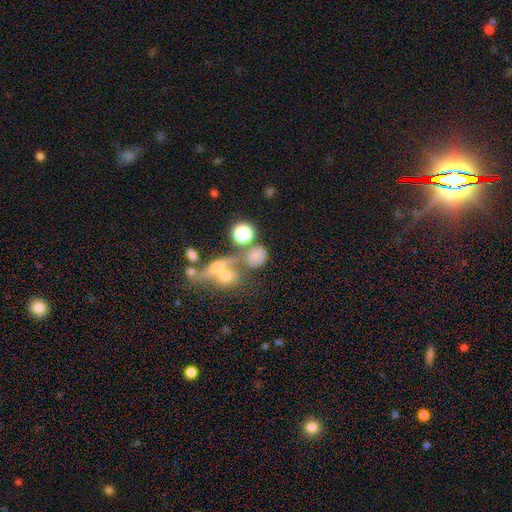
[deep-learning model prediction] A smooth galaxy with no disk features (62%) that is round (67%). Merging: none (44%).